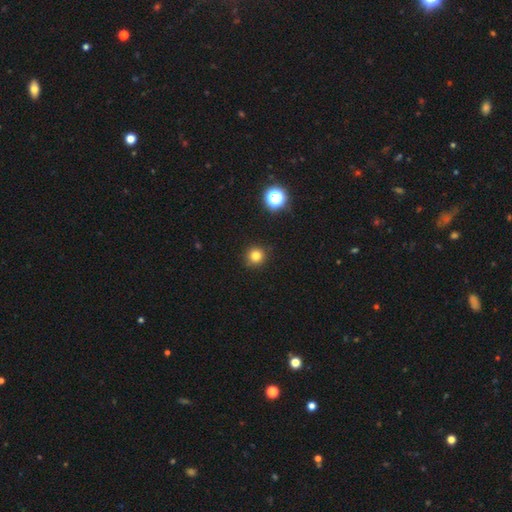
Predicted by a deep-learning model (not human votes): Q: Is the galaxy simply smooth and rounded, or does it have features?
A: smooth — 80%.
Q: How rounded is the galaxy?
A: round — 94%.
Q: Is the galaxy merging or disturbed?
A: none — 90%.